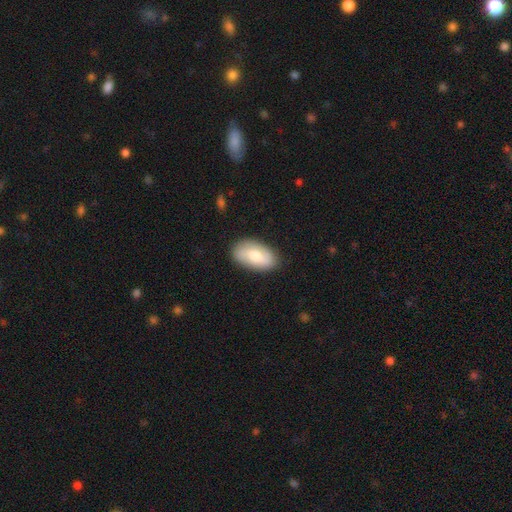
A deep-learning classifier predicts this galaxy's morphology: This is likely a smooth galaxy (60%). How rounded: clearly in between (93%). Merging: clearly none (84%).